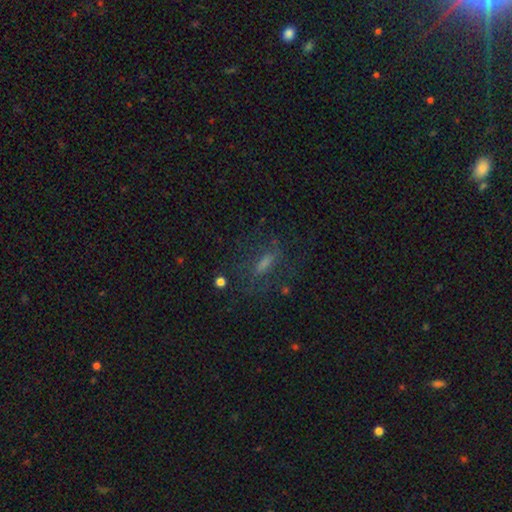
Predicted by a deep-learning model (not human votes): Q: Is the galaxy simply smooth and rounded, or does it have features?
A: featured or disk — 36%.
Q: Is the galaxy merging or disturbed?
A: none — 70%.